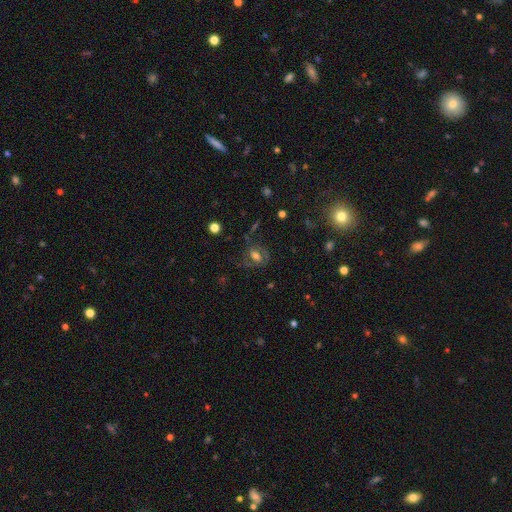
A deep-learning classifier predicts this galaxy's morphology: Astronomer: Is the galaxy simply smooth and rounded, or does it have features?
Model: featured or disk — 52% (runner-up: smooth, 34%).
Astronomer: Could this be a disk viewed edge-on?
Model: no — 93%.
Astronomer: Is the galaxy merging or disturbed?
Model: none — 60%.